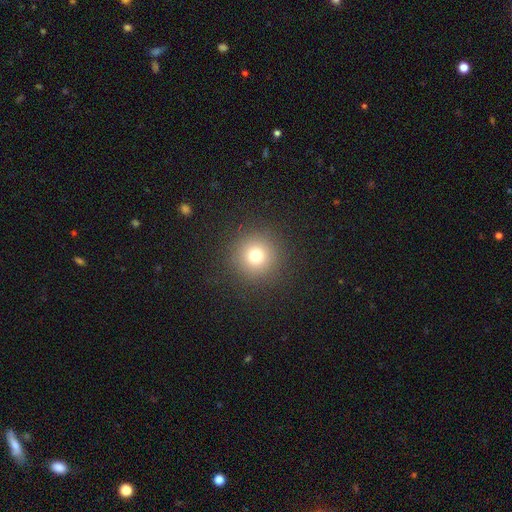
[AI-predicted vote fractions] Smooth or featured? smooth (75%)
How rounded? round (96%)
Merging? none (90%)